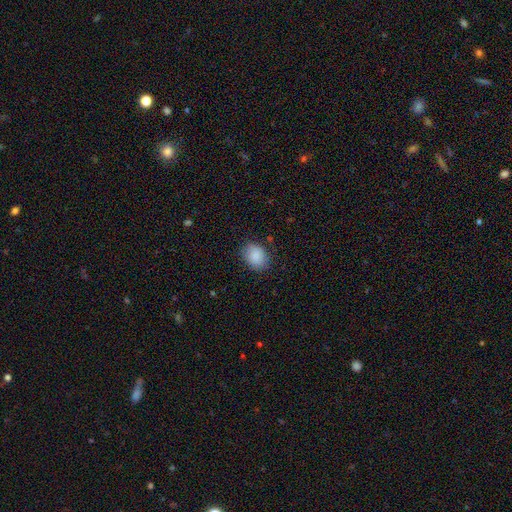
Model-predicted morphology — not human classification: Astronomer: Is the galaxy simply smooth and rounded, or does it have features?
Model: smooth — 88%.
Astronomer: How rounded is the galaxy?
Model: in between — 57% (runner-up: round, 42%).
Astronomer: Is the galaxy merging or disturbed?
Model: none — 81%.